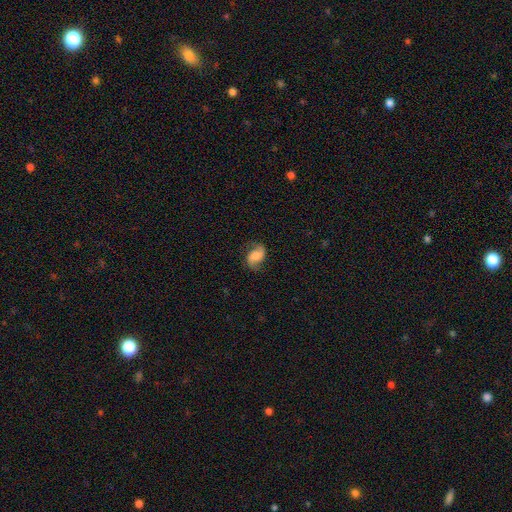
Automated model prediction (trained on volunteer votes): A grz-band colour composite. It shows a featured or disk galaxy (67%) with no bar (58%), 2 (91%) loose (50%) spiral arms (94%) and a moderate central bulge (38%). Merging: none (77%).